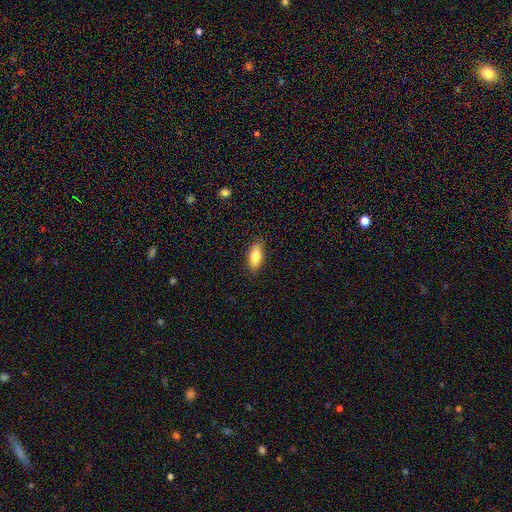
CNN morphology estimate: Smooth or featured? smooth (82%)
How rounded? in between (82%)
Merging? none (87%)